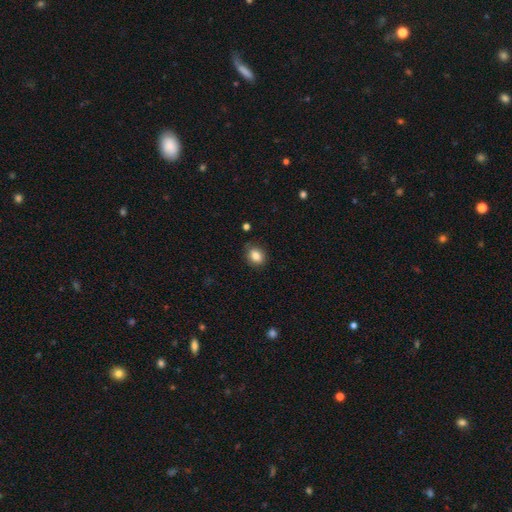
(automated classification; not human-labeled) A smooth galaxy with no disk features (85%) that is in between round and cigar-shaped (50%).

Vote fractions:
- Smooth or featured? smooth: 85% / star or artifact: 9% / featured or disk: 6%
- How rounded? in between: 50% / round: 49% / cigar-shaped: 1%
- Merging? none: 82% / minor disturbance: 14% / major disturbance: 3% / merger: 1%